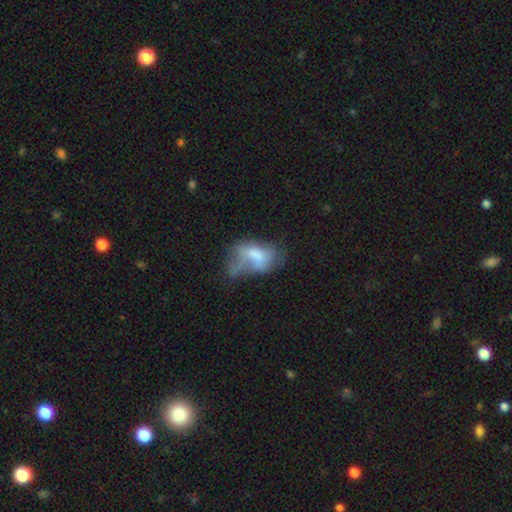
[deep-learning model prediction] This is possibly a smooth galaxy (53%). How rounded: clearly in between (88%). Merging: marginally major disturbance (40%).